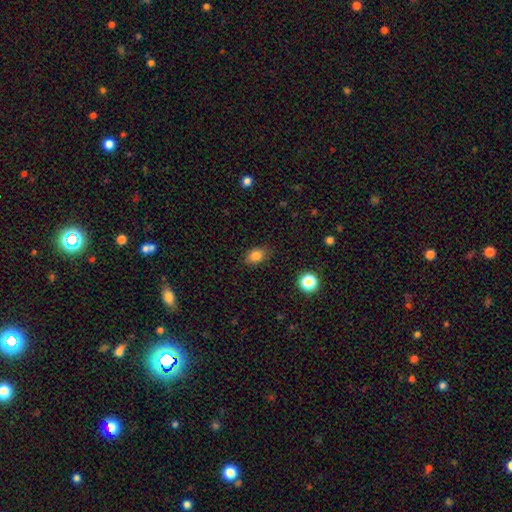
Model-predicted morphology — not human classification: Q: Smooth or featured?
A: smooth (82%); runner-up: star or artifact (11%)
Q: How rounded?
A: in between (69%); runner-up: round (29%)
Q: Merging?
A: none (84%); runner-up: minor disturbance (12%)